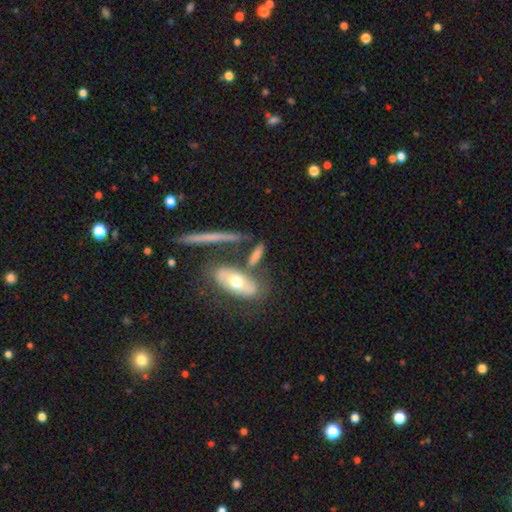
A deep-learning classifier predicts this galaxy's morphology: Overall: smooth (59%; featured or disk 33%). How rounded: in between (57%; cigar-shaped 37%). Merging: none (55%; merger 21%).